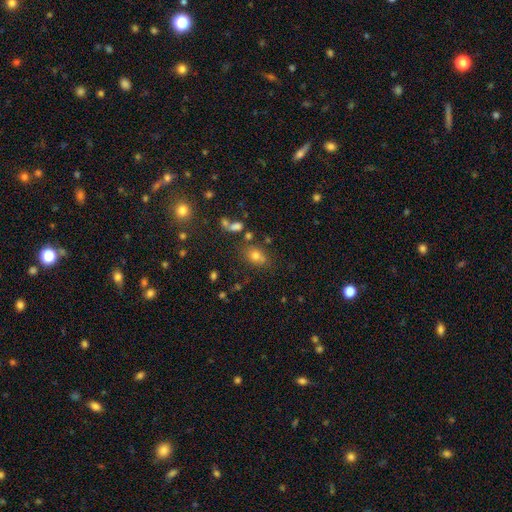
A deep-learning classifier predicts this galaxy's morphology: The model was most divided on "how rounded": in between: 65%, round: 33%, cigar-shaped: 2%. More confident: smooth or featured — smooth (71%); merging — none (69%).